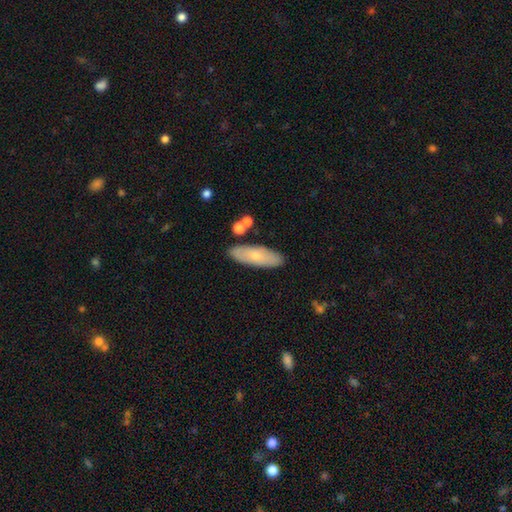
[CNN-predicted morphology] smooth_or_featured: smooth (p=0.64) [alt: featured or disk p=0.30]
how_rounded: in between (p=0.57) [alt: cigar-shaped p=0.40]
merging: none (p=0.83) [alt: minor disturbance p=0.11]